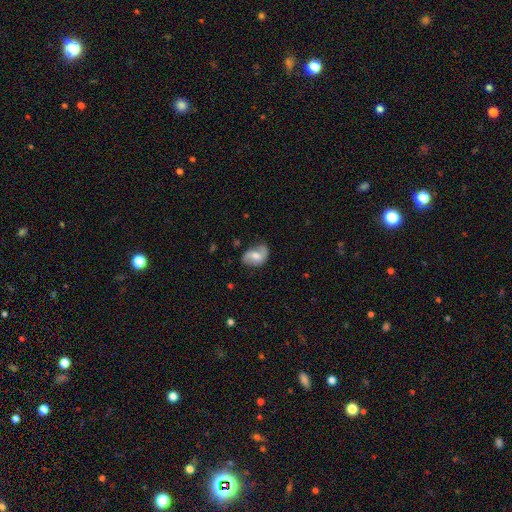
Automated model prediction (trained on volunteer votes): This is likely a featured or disk galaxy (61%). It is clearly not viewed edge-on (96%). Bar: marginally weak (44%). Spiral arm pattern: clearly yes (86%). Spiral arm count: clearly 2 (85%). Spiral winding: possibly loose (51%). Central bulge: likely moderate (65%). Merging: likely none (65%).